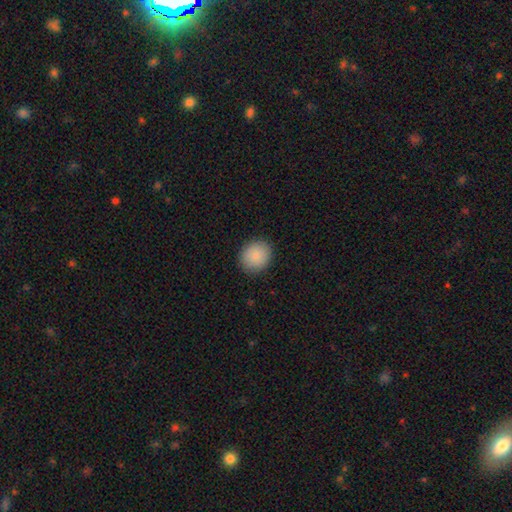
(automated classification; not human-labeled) Q: Smooth or featured?
A: smooth (87%); runner-up: star or artifact (8%)
Q: How rounded?
A: round (79%); runner-up: in between (21%)
Q: Merging?
A: none (89%); runner-up: minor disturbance (8%)